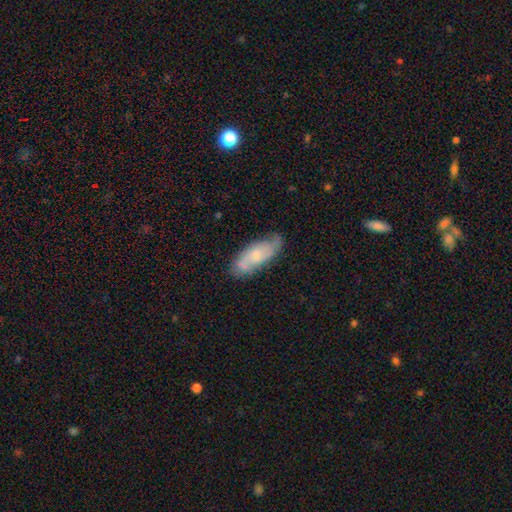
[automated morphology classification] Smooth or featured? featured or disk (54%)
Edge-on disk? no (86%)
Merging? none (70%)